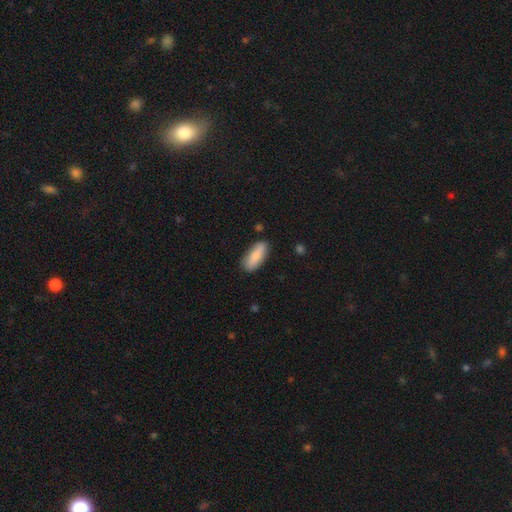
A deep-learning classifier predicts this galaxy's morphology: type=smooth (82%); roundness=in between (74%); merging=none (82%).